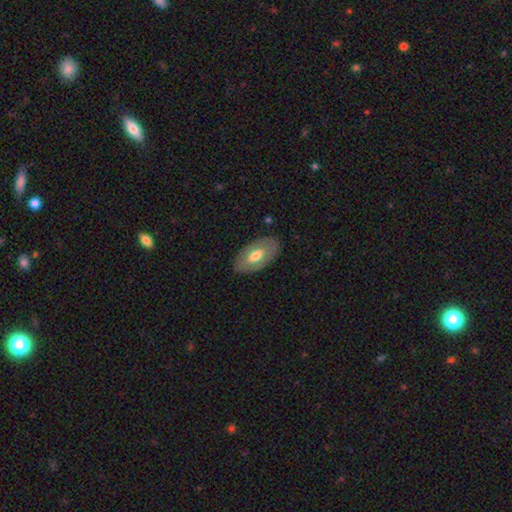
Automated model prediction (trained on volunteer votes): Smooth or featured? Predicted: smooth (p=0.50). Merging? Predicted: none (p=0.84).